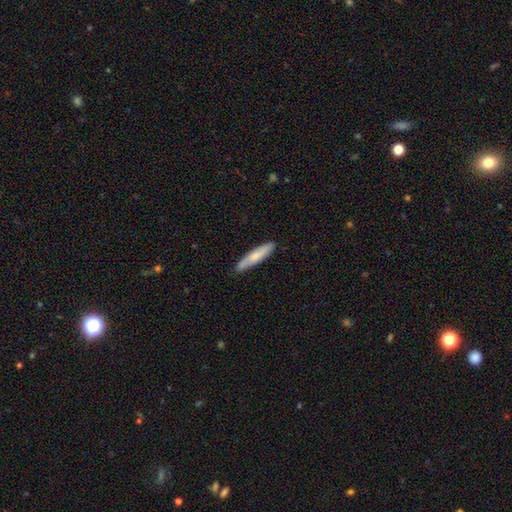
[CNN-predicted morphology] A smooth galaxy with no disk features (70%) that is cigar-shaped (84%).

Vote fractions:
- Smooth or featured? smooth: 70% / featured or disk: 25% / star or artifact: 5%
- How rounded? cigar-shaped: 84% / in between: 14% / round: 1%
- Merging? none: 84% / minor disturbance: 13% / major disturbance: 2% / merger: 1%